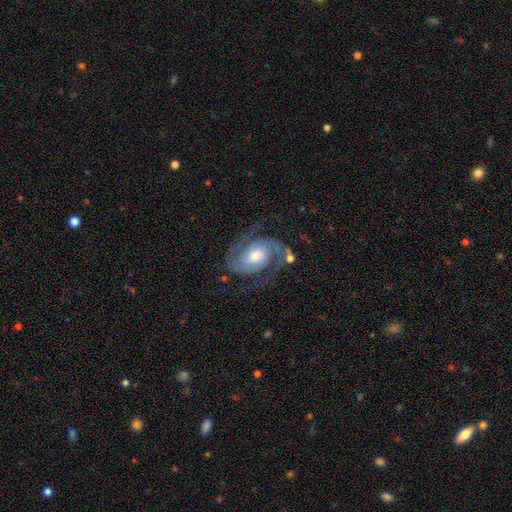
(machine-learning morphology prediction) smooth_or_featured: featured or disk (p=0.91) [alt: smooth p=0.05]
disk_edge_on: no (p=0.97) [alt: yes p=0.03]
bar: no (p=0.54) [alt: weak p=0.36]
has_spiral_arms: yes (p=0.98) [alt: no p=0.02]
spiral_winding: medium (p=0.51) [alt: tight p=0.34]
spiral_arm_count: 2 (p=0.91) [alt: 3 p=0.03]
bulge_size: moderate (p=0.67) [alt: small p=0.19]
merging: none (p=0.71) [alt: minor disturbance p=0.15]